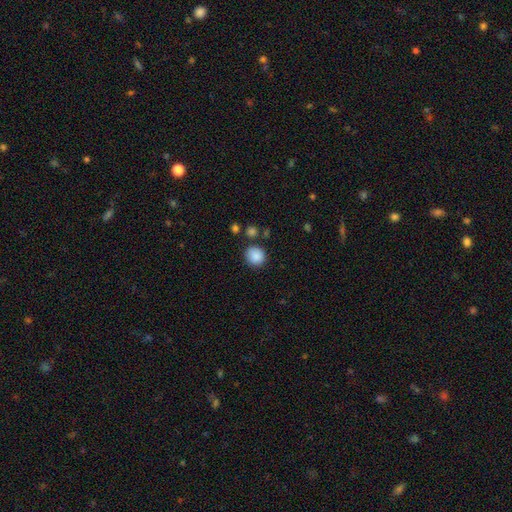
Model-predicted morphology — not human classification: Smooth or featured?
  - smooth: 88% *
  - star or artifact: 9%
  - featured or disk: 4%
How rounded?
  - round: 86% *
  - in between: 13%
  - cigar-shaped: 1%
Merging?
  - none: 82% *
  - minor disturbance: 11%
  - merger: 4%
  - major disturbance: 3%